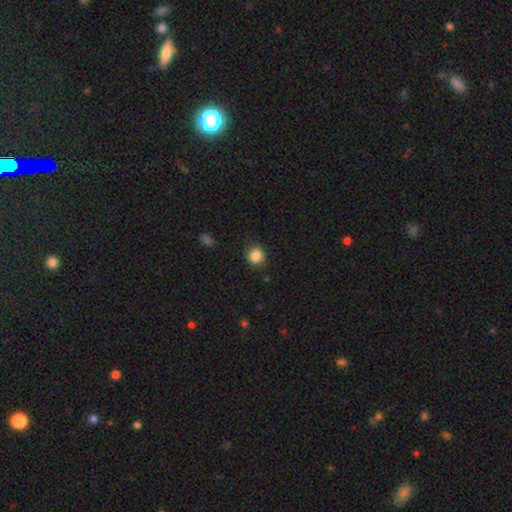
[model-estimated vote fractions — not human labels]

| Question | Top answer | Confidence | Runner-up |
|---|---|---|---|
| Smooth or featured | smooth | 86% | star or artifact (10%) |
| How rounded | round | 87% | in between (13%) |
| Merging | none | 83% | minor disturbance (12%) |